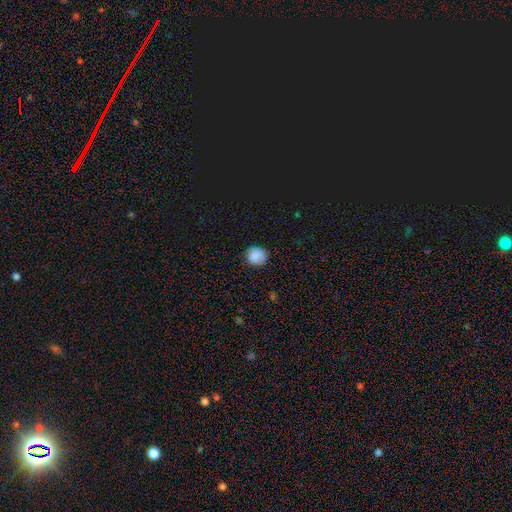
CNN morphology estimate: The model was most divided on "merging": none: 83%, minor disturbance: 13%, major disturbance: 3%, merger: 1%. More confident: how rounded — round (88%); smooth or featured — smooth (86%).